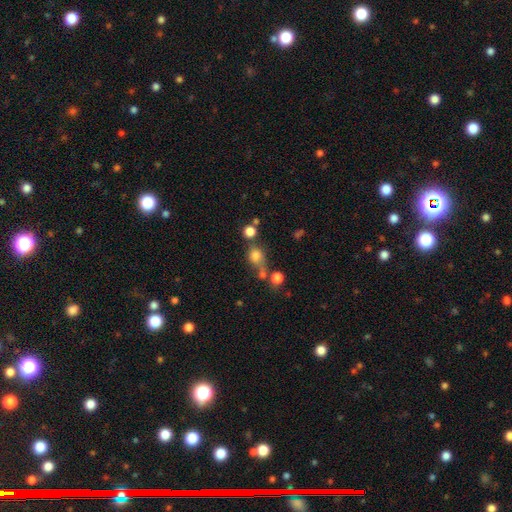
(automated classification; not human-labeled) Q: Smooth or featured?
A: smooth (74%); runner-up: star or artifact (16%)
Q: How rounded?
A: round (74%); runner-up: in between (24%)
Q: Merging?
A: none (44%); runner-up: merger (30%)